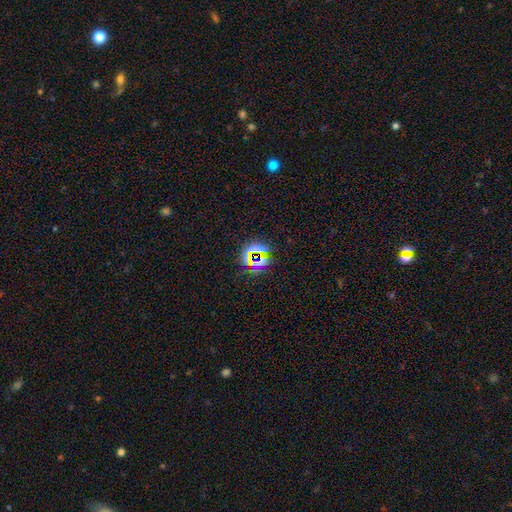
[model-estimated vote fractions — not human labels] smooth_or_featured: star or artifact (p=0.67) [alt: smooth p=0.23]